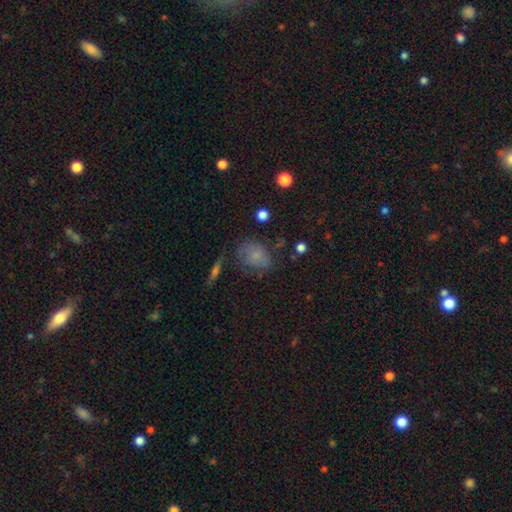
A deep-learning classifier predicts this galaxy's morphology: type=smooth (68%); roundness=in between (63%); merging=none (56%).